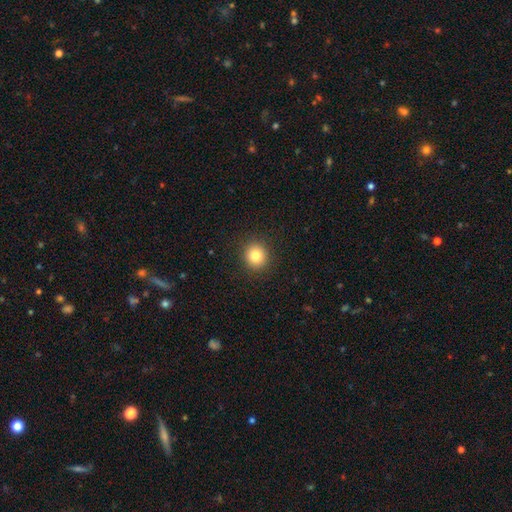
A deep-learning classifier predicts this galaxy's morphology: A smooth galaxy with no disk features (81%) that is round (90%). Merging: none (91%).